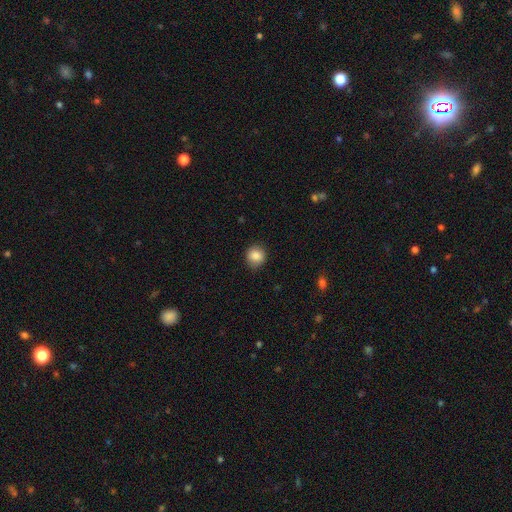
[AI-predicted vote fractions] Smooth or featured? Predicted: smooth (p=0.86). How rounded? Predicted: round (p=0.87). Merging? Predicted: none (p=0.87).